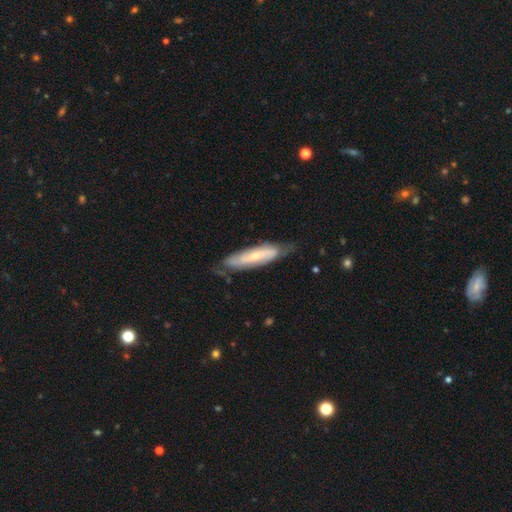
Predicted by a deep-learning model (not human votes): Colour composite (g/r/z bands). It shows a featured or disk galaxy (63%). Merging: none (68%).